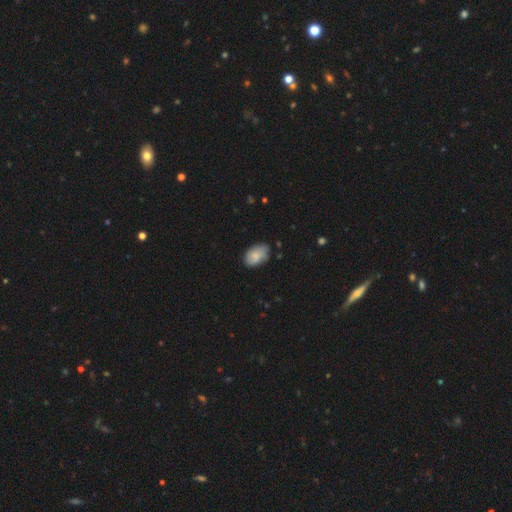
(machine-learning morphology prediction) Smooth or featured: smooth — 76% (featured or disk — 17%)
How rounded: in between — 90% (round — 9%)
Merging: none — 64% (minor disturbance — 29%)